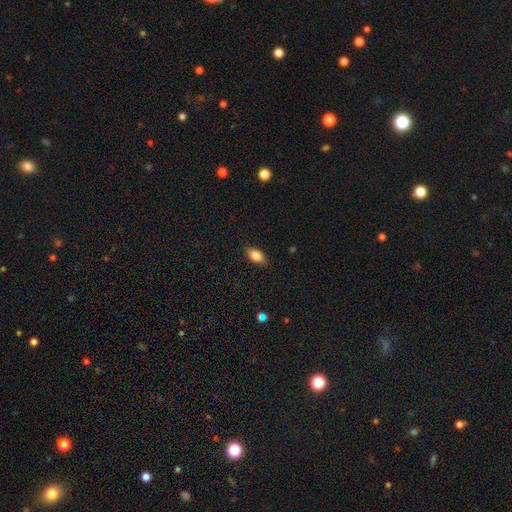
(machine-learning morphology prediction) The model was most divided on "smooth or featured": smooth: 82%, featured or disk: 10%, star or artifact: 8%. More confident: how rounded — in between (88%); merging — none (86%).